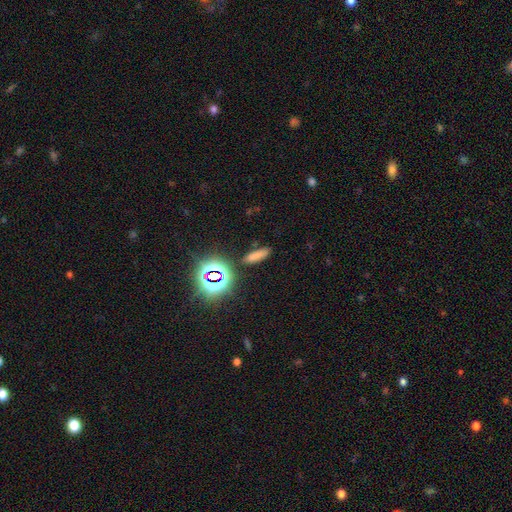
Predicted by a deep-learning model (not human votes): A smooth galaxy with no disk features (70%) that is cigar-shaped (53%).

Vote fractions:
- Smooth or featured? smooth: 70% / star or artifact: 23% / featured or disk: 7%
- How rounded? cigar-shaped: 53% / in between: 41% / round: 6%
- Merging? none: 85% / minor disturbance: 9% / merger: 4% / major disturbance: 3%